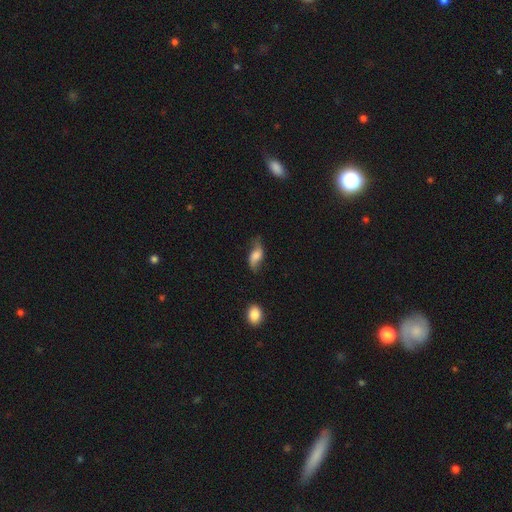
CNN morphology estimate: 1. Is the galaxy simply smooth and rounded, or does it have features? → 52% featured or disk, 40% smooth, 9% star or artifact.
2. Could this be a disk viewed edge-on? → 87% no, 13% yes.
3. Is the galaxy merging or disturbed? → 61% none, 25% minor disturbance, 11% major disturbance, 3% merger.